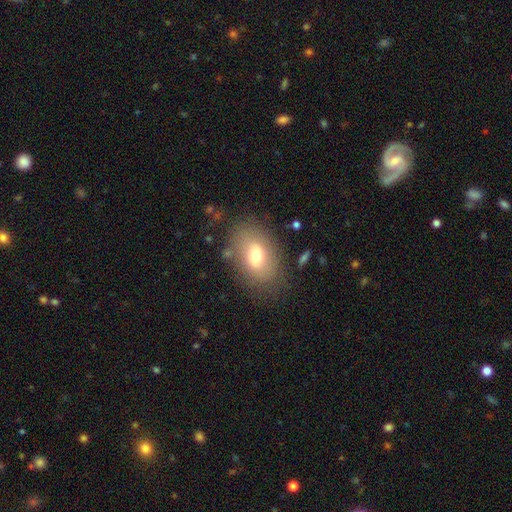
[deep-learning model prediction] This is likely a smooth galaxy (69%). How rounded: clearly in between (86%). Merging: likely none (76%).